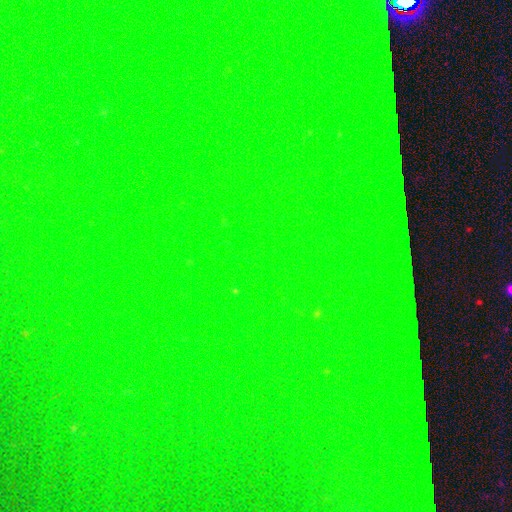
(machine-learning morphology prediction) A star or artifact, not a galaxy (81%).